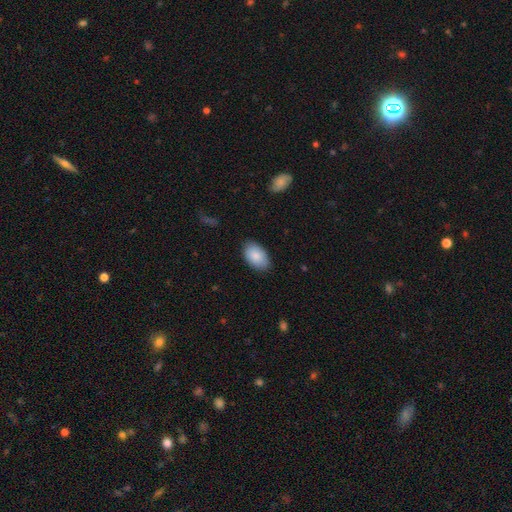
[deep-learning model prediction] Overall: smooth (86%). How rounded: in between (93%). Merging: none (84%).